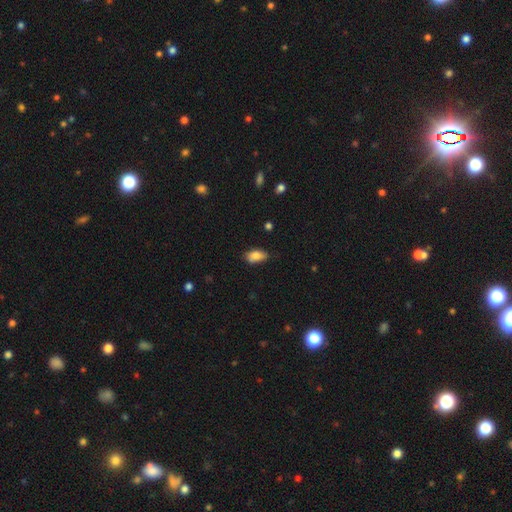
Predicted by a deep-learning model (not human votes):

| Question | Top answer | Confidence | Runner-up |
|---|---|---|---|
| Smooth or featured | smooth | 83% | featured or disk (10%) |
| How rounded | in between | 90% | round (5%) |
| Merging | none | 70% | minor disturbance (25%) |